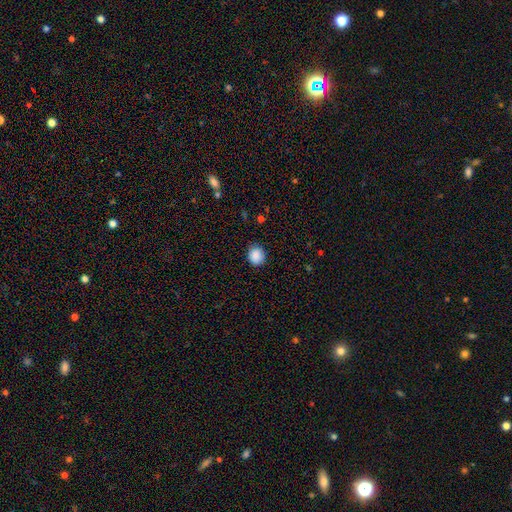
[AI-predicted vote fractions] Smooth or featured? Predicted: smooth (p=0.88). How rounded? Predicted: round (p=0.68). Merging? Predicted: none (p=0.83).